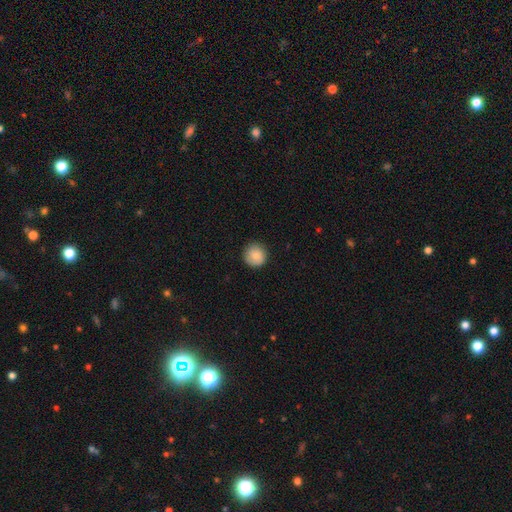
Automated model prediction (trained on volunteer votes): smooth_or_featured: smooth (p=0.86) [alt: star or artifact p=0.08]
how_rounded: round (p=0.94) [alt: in between p=0.05]
merging: none (p=0.87) [alt: minor disturbance p=0.10]